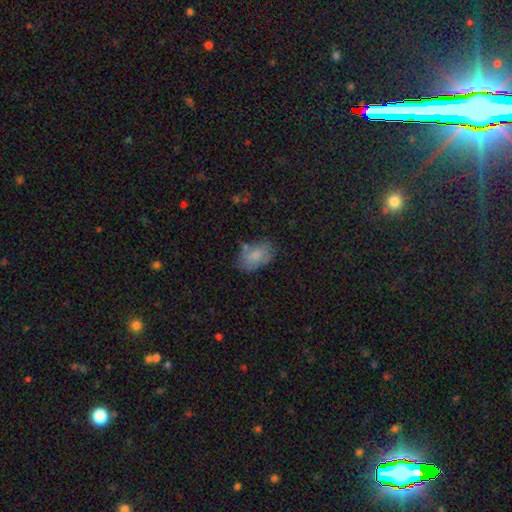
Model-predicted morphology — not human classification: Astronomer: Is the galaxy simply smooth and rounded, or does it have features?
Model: smooth — 80%.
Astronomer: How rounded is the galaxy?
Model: in between — 90%.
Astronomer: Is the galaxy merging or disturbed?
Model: none — 67%.